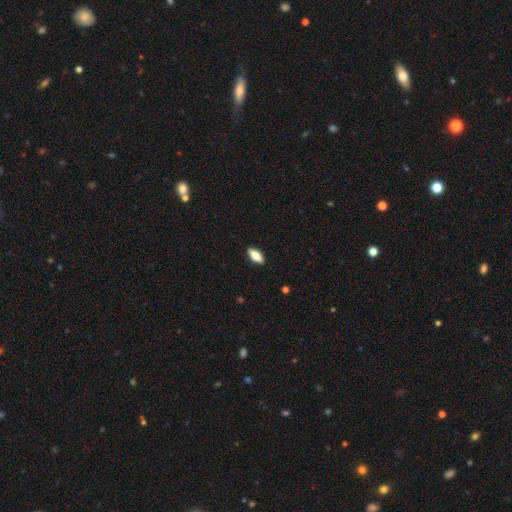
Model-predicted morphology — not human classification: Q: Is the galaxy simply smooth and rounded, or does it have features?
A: smooth — 71%.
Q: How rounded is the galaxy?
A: in between — 82%.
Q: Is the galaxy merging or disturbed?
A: none — 89%.